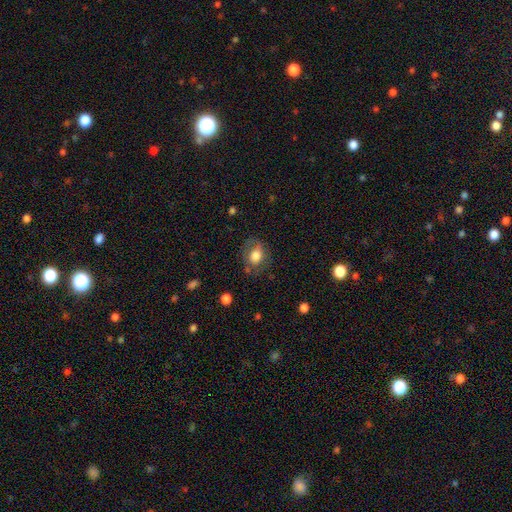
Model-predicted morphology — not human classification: type=smooth (69%); roundness=in between (60%); merging=none (65%).